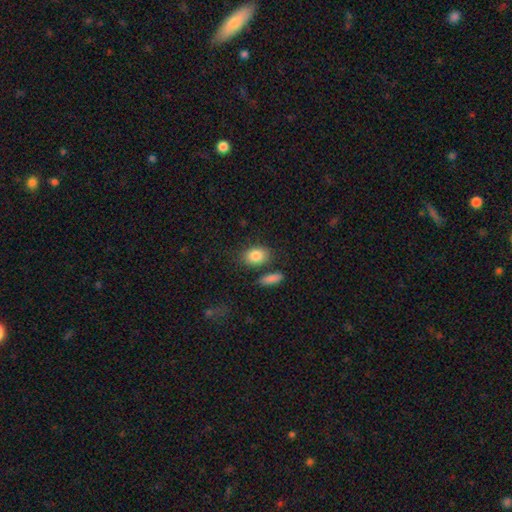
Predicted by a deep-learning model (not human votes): Smooth or featured: smooth — 86% (star or artifact — 7%)
How rounded: in between — 78% (round — 20%)
Merging: none — 73% (minor disturbance — 13%)